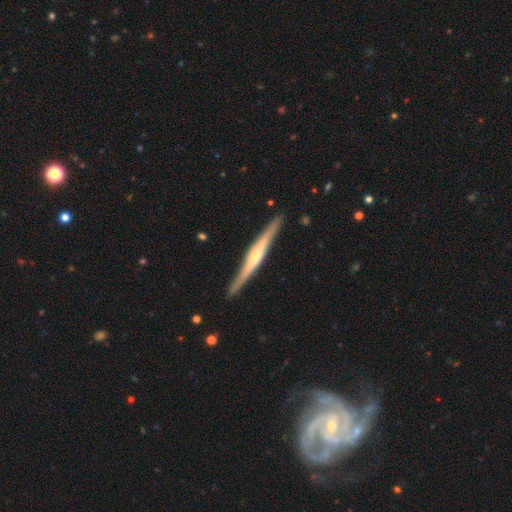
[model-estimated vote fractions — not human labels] featured or disk 73%, smooth 22%, star or artifact 5%. Down the decision tree: edge-on disk — yes (98%); edge-on bulge — rounded (59%); merging — none (89%).